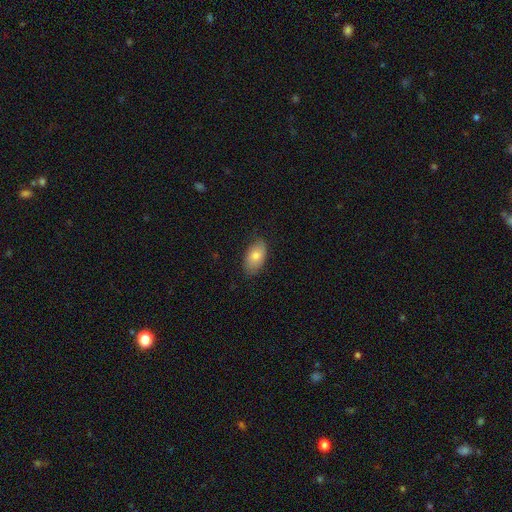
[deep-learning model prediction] smooth-or-featured: smooth: 78% | featured or disk: 16% | star or artifact: 7%
  how-rounded: in between: 94% | round: 4% | cigar-shaped: 2%
  merging: none: 80% | minor disturbance: 16% | major disturbance: 3% | merger: 1%